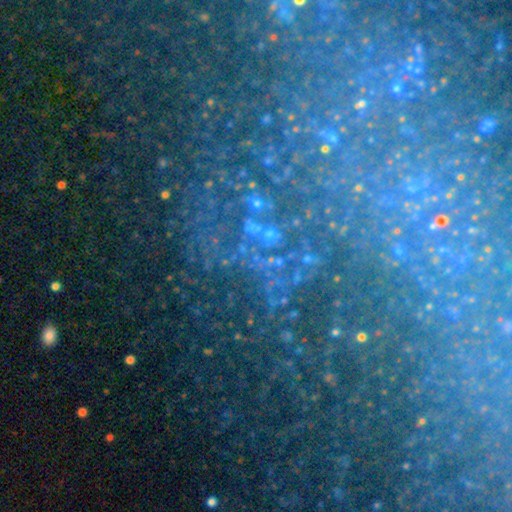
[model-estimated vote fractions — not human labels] smooth_or_featured: star or artifact (p=0.71) [alt: featured or disk p=0.18]